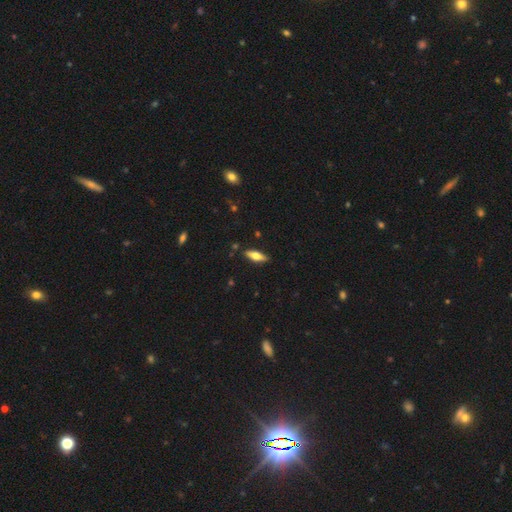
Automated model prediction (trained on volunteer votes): Overall: smooth (56%; featured or disk 38%). How rounded: in between (61%; cigar-shaped 37%). Merging: none (86%).